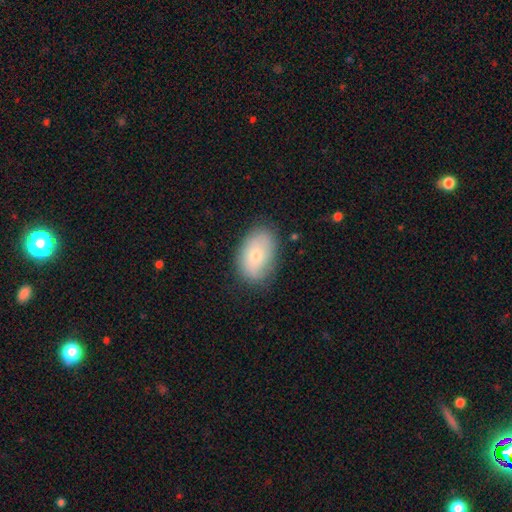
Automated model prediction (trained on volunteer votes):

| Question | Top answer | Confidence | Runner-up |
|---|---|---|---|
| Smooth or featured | smooth | 69% | featured or disk (24%) |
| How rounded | in between | 87% | round (11%) |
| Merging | none | 78% | minor disturbance (17%) |